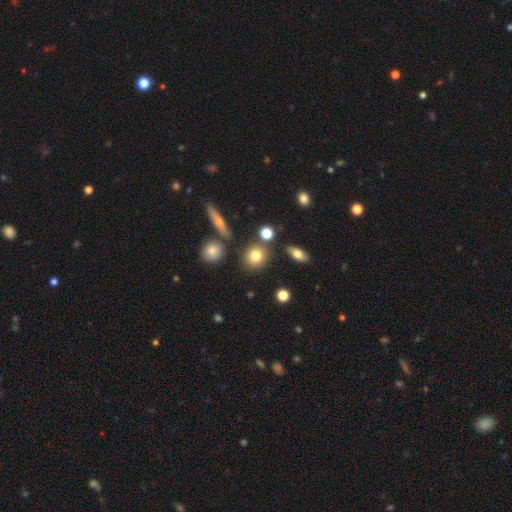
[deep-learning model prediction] Morphology: type=smooth (78%); roundness=round (78%); merging=none (80%).